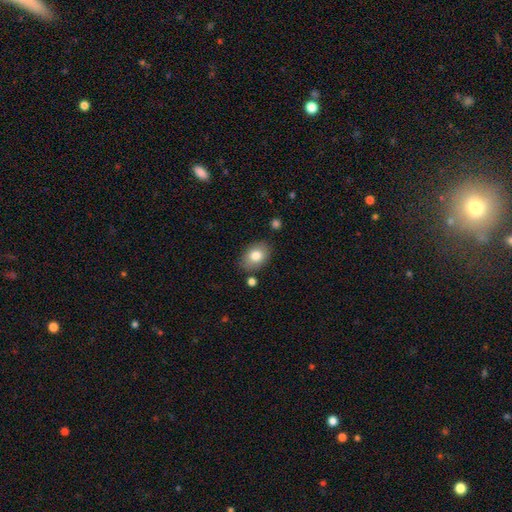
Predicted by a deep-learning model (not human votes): Smooth or featured? Predicted: smooth (p=0.81). How rounded? Predicted: in between (p=0.79). Merging? Predicted: none (p=0.80).